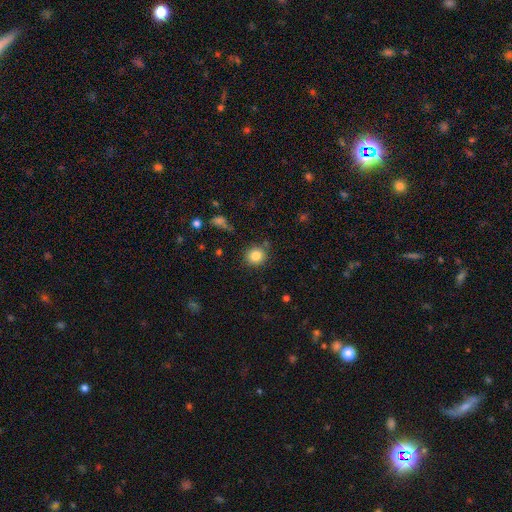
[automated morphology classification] This is clearly a smooth galaxy (83%). How rounded: clearly round (87%). Merging: clearly none (85%).